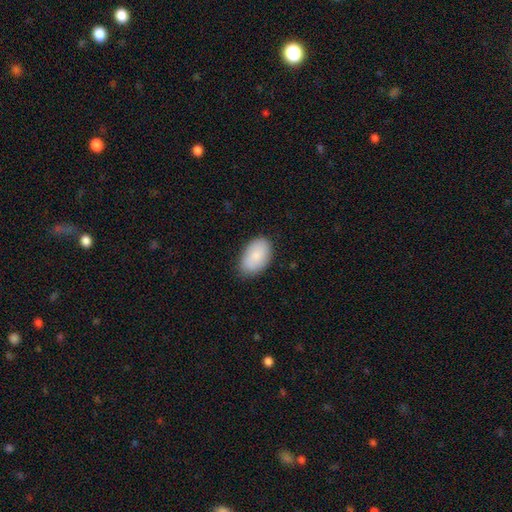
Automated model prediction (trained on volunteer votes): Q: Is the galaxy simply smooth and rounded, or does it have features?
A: smooth — 85%.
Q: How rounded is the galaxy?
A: in between — 93%.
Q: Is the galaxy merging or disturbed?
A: none — 80%.